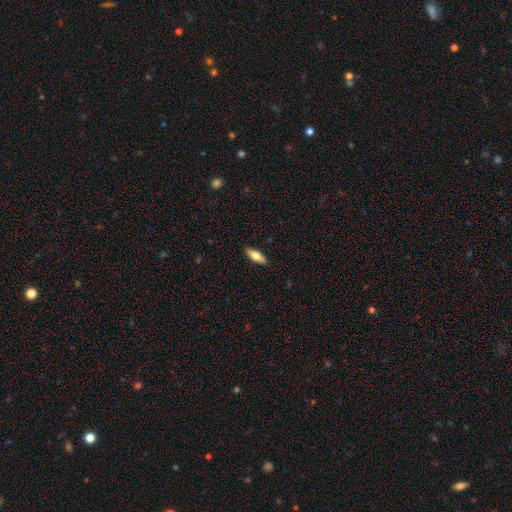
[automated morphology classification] type=smooth (67%); roundness=in between (64%); merging=none (89%).